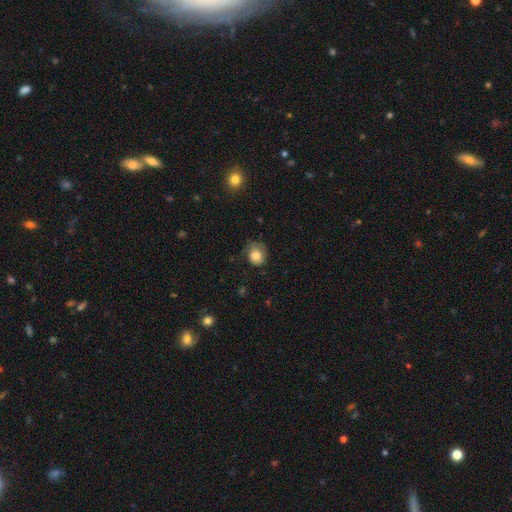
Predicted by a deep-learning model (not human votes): This appears to be a smooth galaxy with no disk features (75%) that is round (73%). Merging: none (56%).